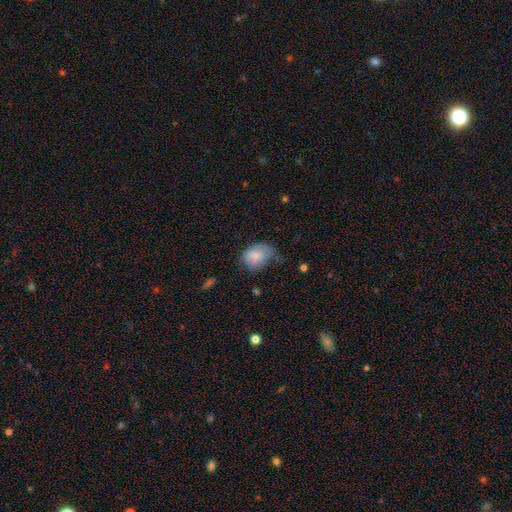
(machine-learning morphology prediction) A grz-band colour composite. It shows a smooth galaxy with no disk features (78%) that is in between round and cigar-shaped (69%). Merging: minor disturbance (40%, tied with none).